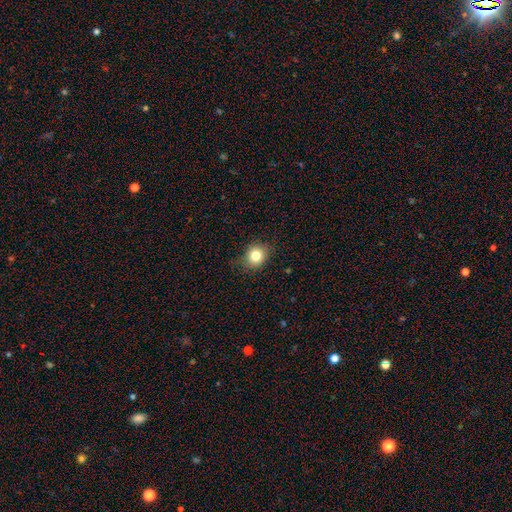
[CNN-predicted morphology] Smooth or featured? smooth (82%)
How rounded? round (73%)
Merging? none (82%)